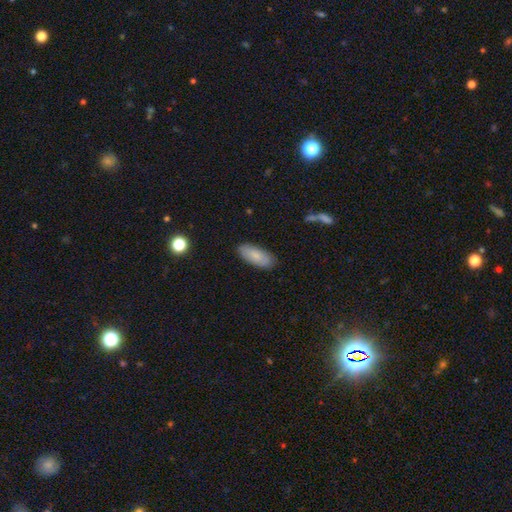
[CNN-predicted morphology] Q: Smooth or featured?
A: smooth (81%); runner-up: featured or disk (13%)
Q: How rounded?
A: in between (84%); runner-up: cigar-shaped (14%)
Q: Merging?
A: none (85%); runner-up: minor disturbance (11%)